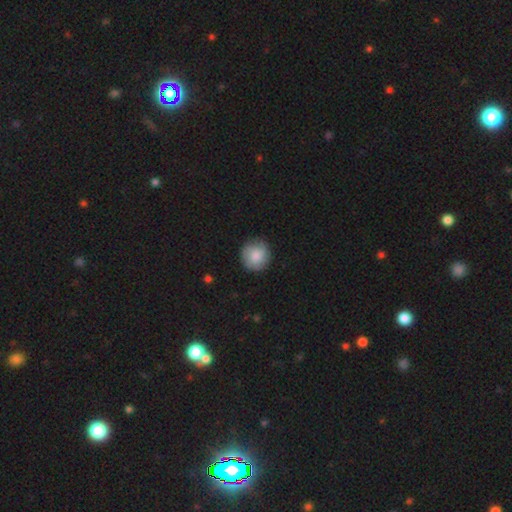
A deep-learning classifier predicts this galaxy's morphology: This is clearly a smooth galaxy (82%). How rounded: clearly round (93%). Merging: clearly none (86%).